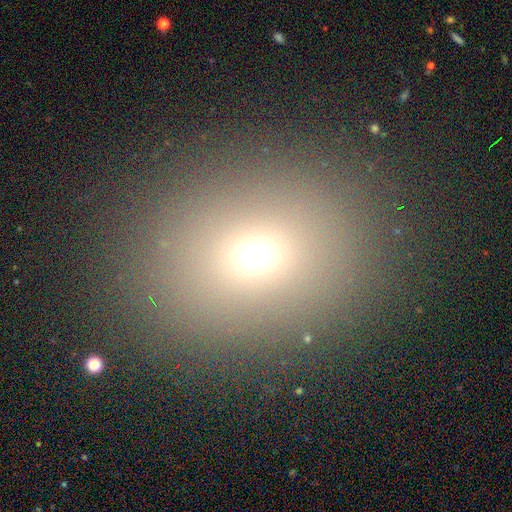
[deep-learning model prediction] smooth_or_featured: smooth (p=0.67) [alt: star or artifact p=0.21]
how_rounded: round (p=0.54) [alt: in between p=0.45]
merging: none (p=0.85) [alt: minor disturbance p=0.08]